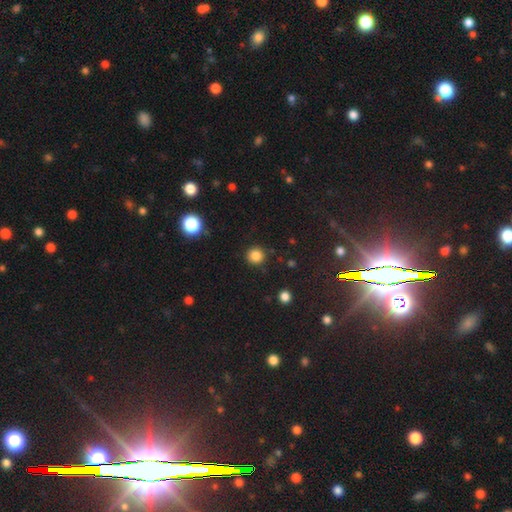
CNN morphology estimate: This appears to be a smooth galaxy with no disk features (83%) that is round (94%). Merging: none (90%).